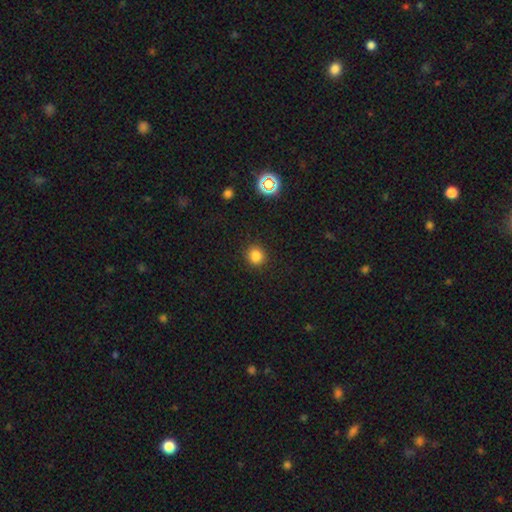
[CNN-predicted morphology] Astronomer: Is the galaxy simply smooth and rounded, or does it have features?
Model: smooth — 83%.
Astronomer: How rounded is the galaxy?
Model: round — 86%.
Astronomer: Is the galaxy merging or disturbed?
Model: none — 89%.